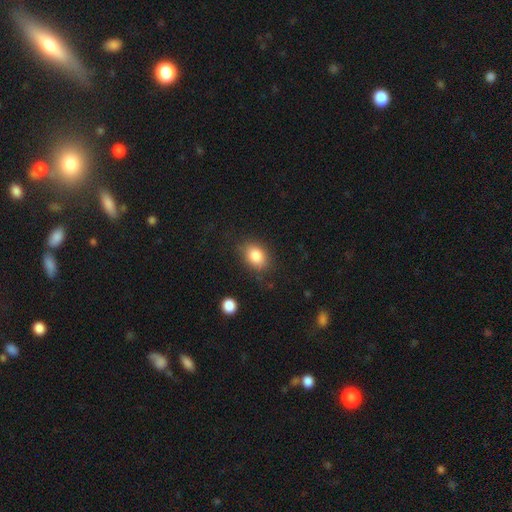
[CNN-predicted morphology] This is clearly a smooth galaxy (84%). How rounded: likely in between (74%). Merging: likely none (79%).